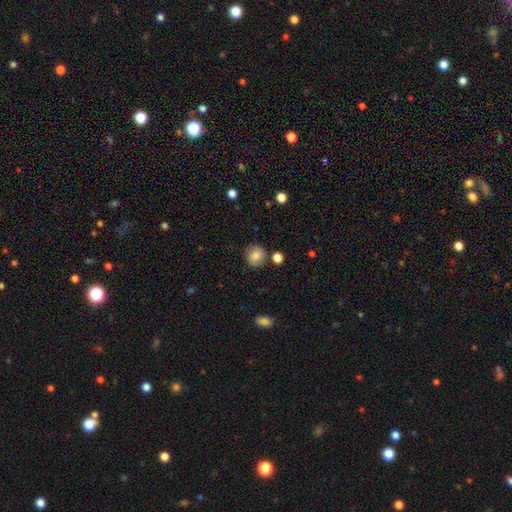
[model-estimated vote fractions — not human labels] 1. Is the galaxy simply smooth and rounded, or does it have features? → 77% smooth, 13% featured or disk, 10% star or artifact.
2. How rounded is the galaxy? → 83% round, 16% in between, 1% cigar-shaped.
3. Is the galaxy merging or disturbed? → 77% none, 15% minor disturbance, 4% merger, 4% major disturbance.